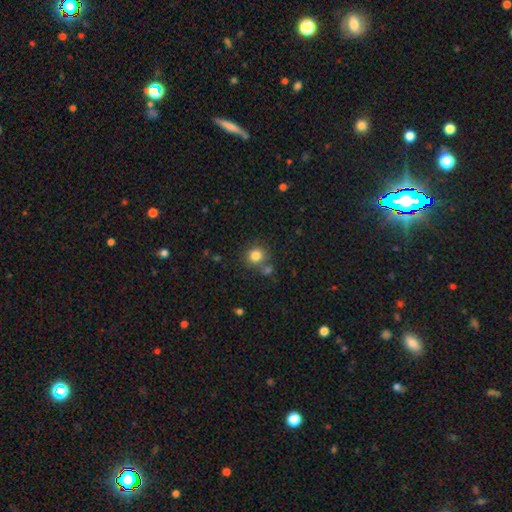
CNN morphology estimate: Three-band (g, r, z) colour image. It shows a smooth galaxy with no disk features (82%) that is round (85%). Merging: none (70%).